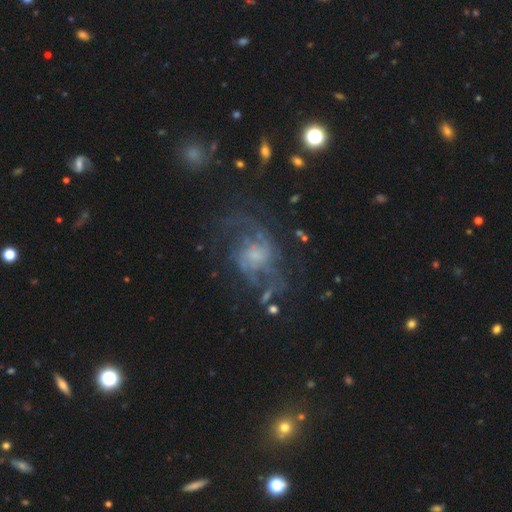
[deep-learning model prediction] Overall: featured or disk (75%). Edge-on disk: no (97%). Bar: no (66%; weak 29%). Spiral arms: yes (84%). Spiral arm count: 2 (48%; can't tell 26%). Spiral winding: medium (45%; loose 37%). Bulge size: small (42%; moderate 29%). Merging: none (54%; major disturbance 24%).